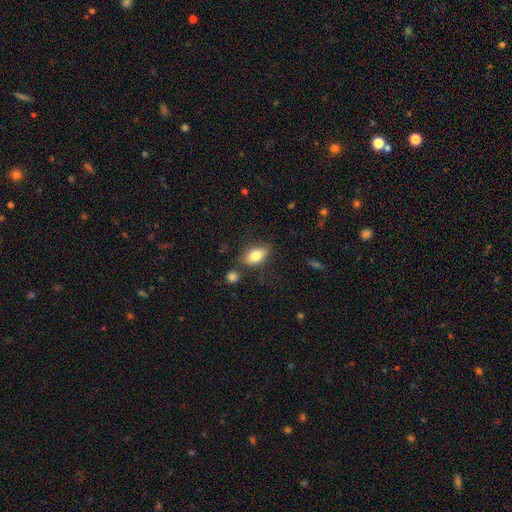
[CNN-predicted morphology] smooth_or_featured: smooth (p=0.79) [alt: featured or disk p=0.13]
how_rounded: in between (p=0.88) [alt: round p=0.07]
merging: none (p=0.75) [alt: minor disturbance p=0.15]